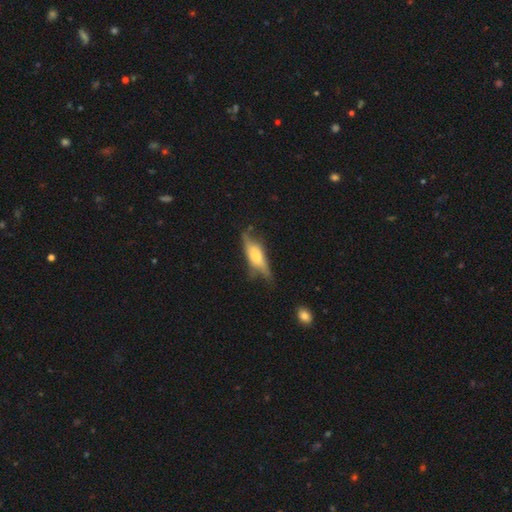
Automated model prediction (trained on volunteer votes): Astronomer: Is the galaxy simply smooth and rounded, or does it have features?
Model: featured or disk — 48% (runner-up: smooth, 45%).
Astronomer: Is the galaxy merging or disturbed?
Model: none — 57%.